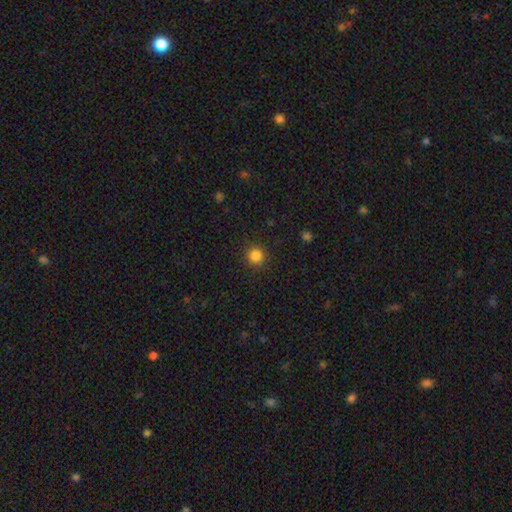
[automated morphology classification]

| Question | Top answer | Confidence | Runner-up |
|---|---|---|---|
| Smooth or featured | smooth | 84% | star or artifact (12%) |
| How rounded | round | 94% | in between (5%) |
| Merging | none | 91% | minor disturbance (6%) |